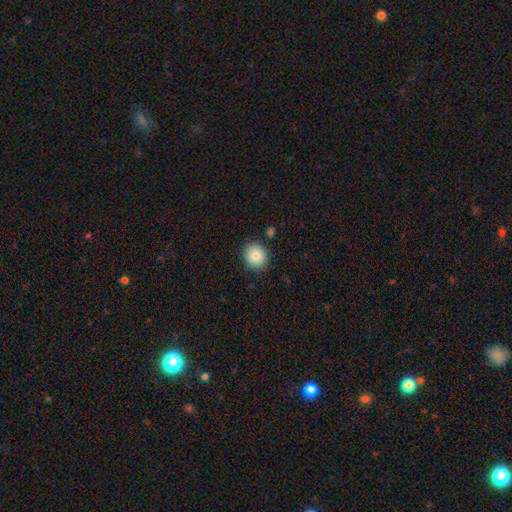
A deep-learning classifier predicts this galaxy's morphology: Q: Smooth or featured?
A: smooth (85%); runner-up: star or artifact (8%)
Q: How rounded?
A: round (80%); runner-up: in between (19%)
Q: Merging?
A: none (87%); runner-up: minor disturbance (8%)